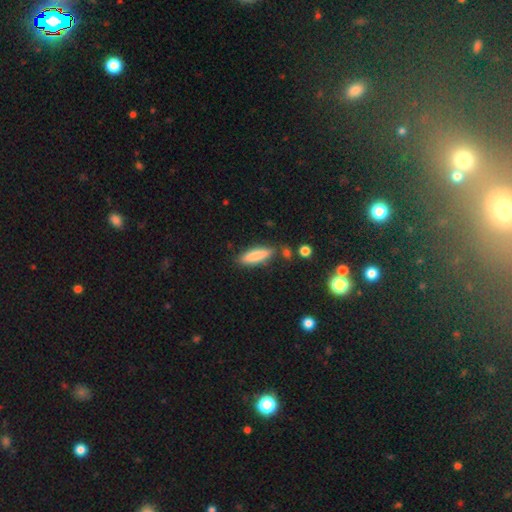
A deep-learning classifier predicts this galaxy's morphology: type=smooth (81%); roundness=cigar-shaped (62%); merging=none (78%).